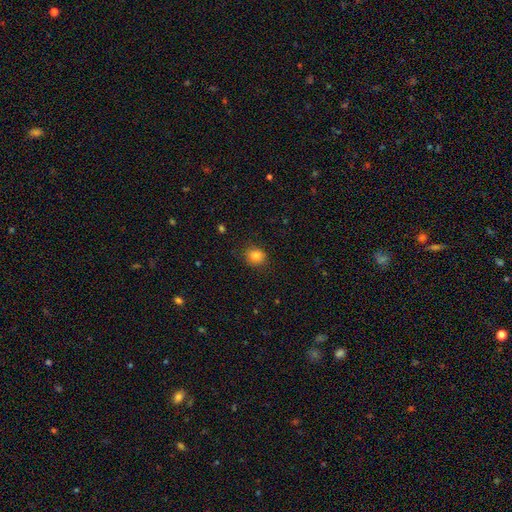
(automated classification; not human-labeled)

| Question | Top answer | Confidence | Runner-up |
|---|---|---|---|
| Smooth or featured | smooth | 83% | star or artifact (11%) |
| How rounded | round | 73% | in between (26%) |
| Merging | none | 82% | minor disturbance (13%) |